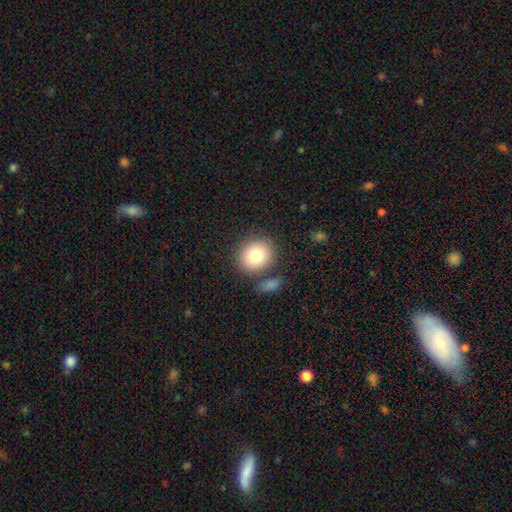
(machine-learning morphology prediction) Smooth or featured: smooth — 80% (featured or disk — 11%)
How rounded: round — 78% (in between — 21%)
Merging: none — 74% (merger — 11%)